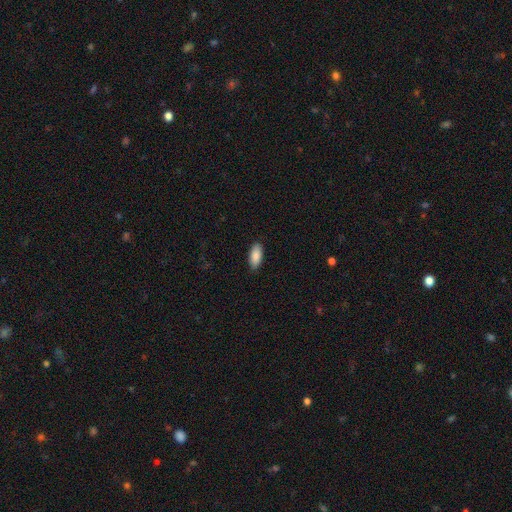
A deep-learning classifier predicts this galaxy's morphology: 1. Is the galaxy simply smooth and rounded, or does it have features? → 89% smooth, 6% star or artifact, 5% featured or disk.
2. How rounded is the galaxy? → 87% in between, 11% cigar-shaped, 2% round.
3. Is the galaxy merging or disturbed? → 89% none, 8% minor disturbance, 2% major disturbance, 1% merger.